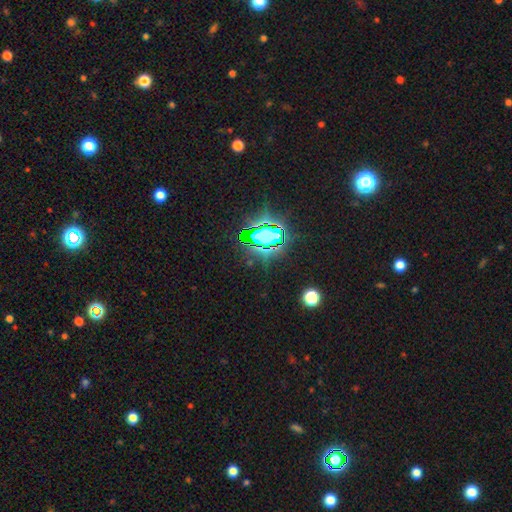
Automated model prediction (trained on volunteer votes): This appears to be a star or artifact, not a galaxy (83%).